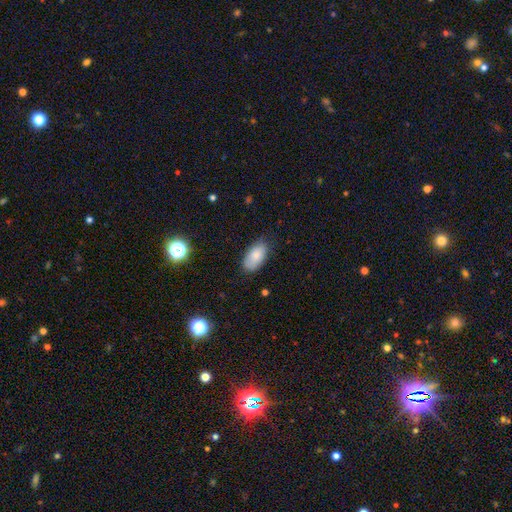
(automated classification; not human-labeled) A smooth galaxy with no disk features (82%) that is in between round and cigar-shaped (94%). Merging: none (75%).